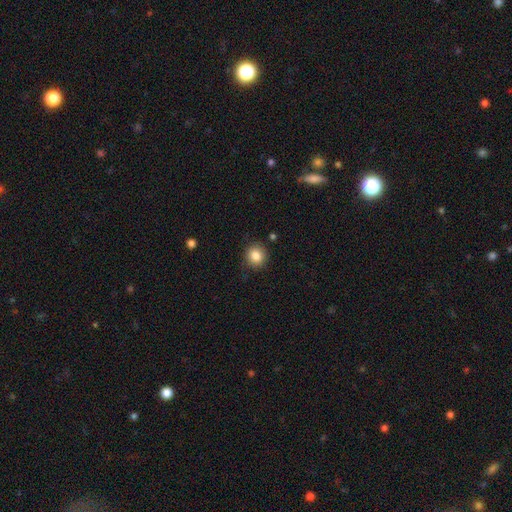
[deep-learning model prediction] Smooth or featured? smooth (85%)
How rounded? round (89%)
Merging? none (88%)